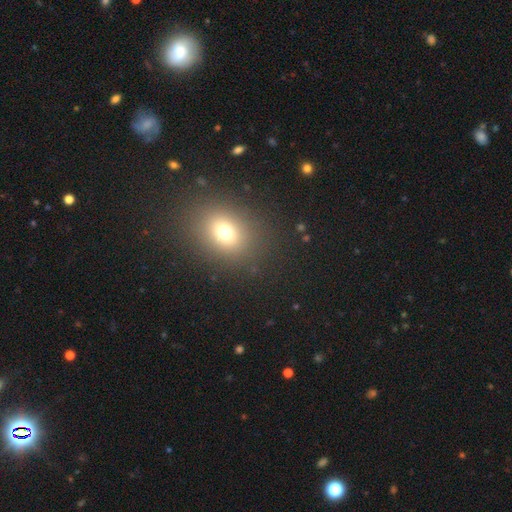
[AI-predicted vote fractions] Overall: smooth (65%; star or artifact 27%). How rounded: in between (53%; round 45%). Merging: none (90%).